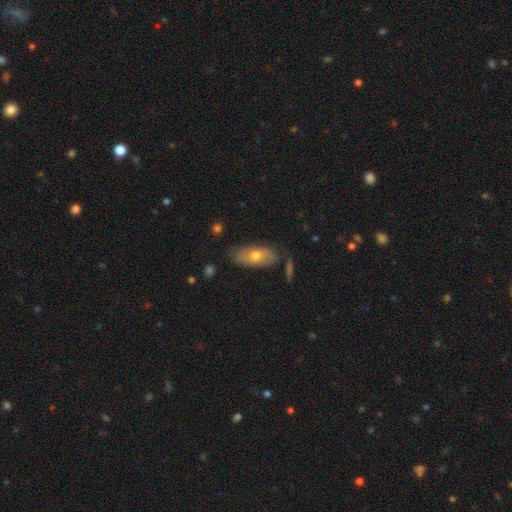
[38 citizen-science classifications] Smooth or featured? smooth (74%)
How rounded? in between (89%)
Merging? none (69%)